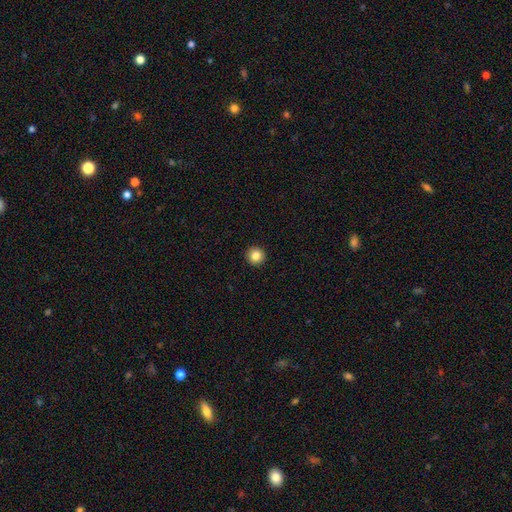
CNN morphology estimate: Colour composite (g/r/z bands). It shows a smooth galaxy with no disk features (84%) that is round (96%). Merging: none (94%).